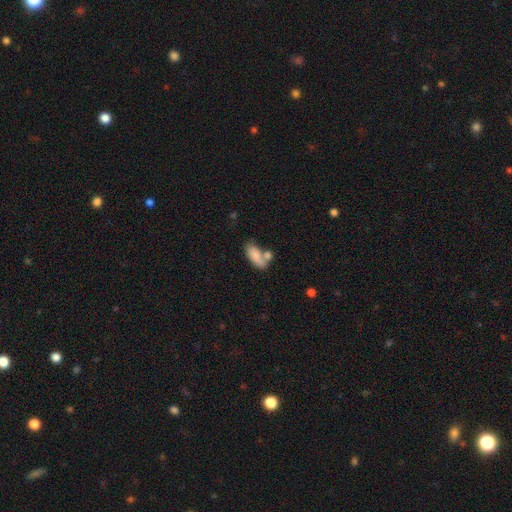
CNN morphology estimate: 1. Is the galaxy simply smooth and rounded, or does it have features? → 80% smooth, 13% featured or disk, 7% star or artifact.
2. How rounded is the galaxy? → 85% in between, 12% cigar-shaped, 3% round.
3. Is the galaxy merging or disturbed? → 43% merger, 34% none, 15% minor disturbance, 8% major disturbance.